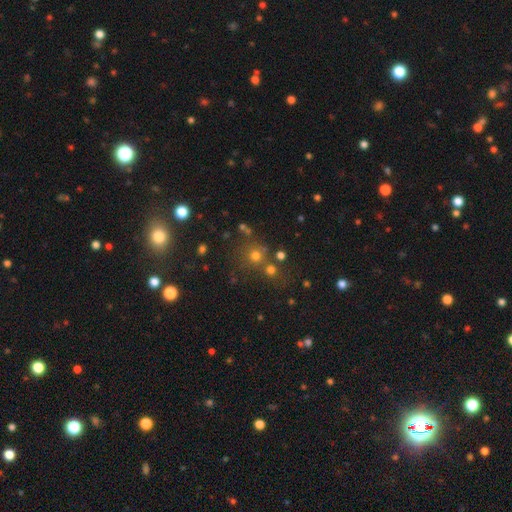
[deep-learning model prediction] This is likely a smooth galaxy (62%). How rounded: clearly round (91%). Merging: likely none (69%).